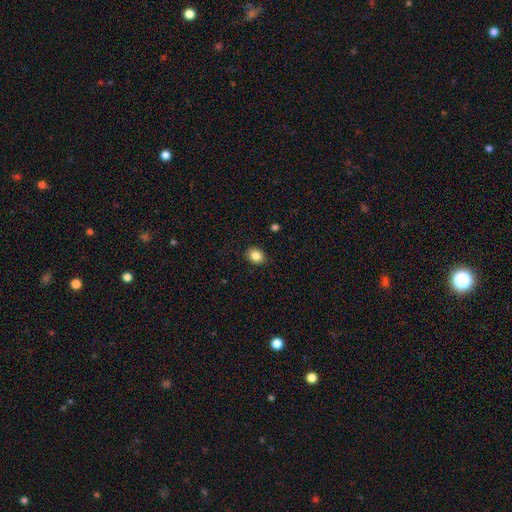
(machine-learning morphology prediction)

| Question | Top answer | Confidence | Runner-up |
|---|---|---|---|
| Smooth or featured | smooth | 86% | star or artifact (9%) |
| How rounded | in between | 51% | round (48%) |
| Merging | none | 89% | minor disturbance (8%) |